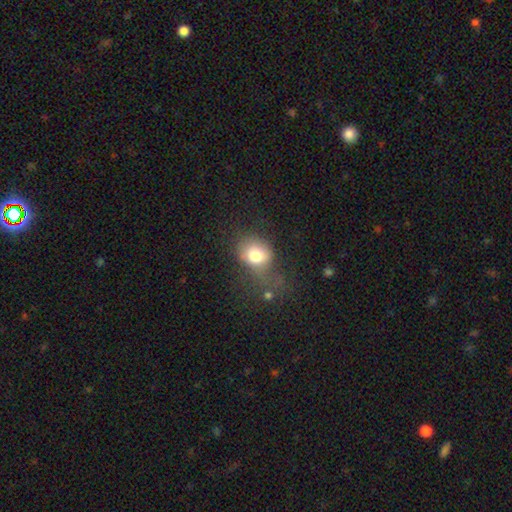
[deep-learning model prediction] This is likely a smooth galaxy (76%). How rounded: possibly round (58%). Merging: marginally none (36%).